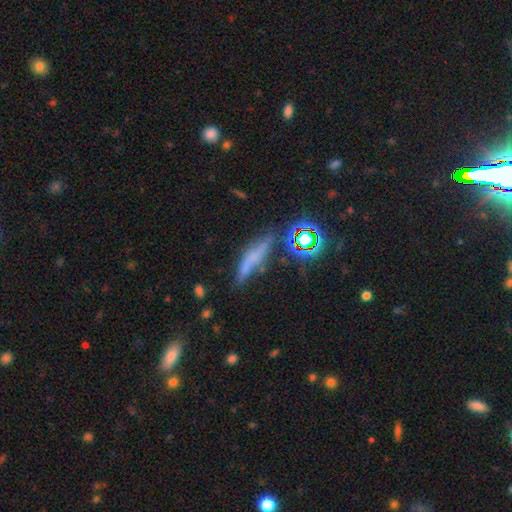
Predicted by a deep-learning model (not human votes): Q: Smooth or featured?
A: smooth (44%); runner-up: featured or disk (32%)
Q: Merging?
A: none (57%); runner-up: minor disturbance (23%)